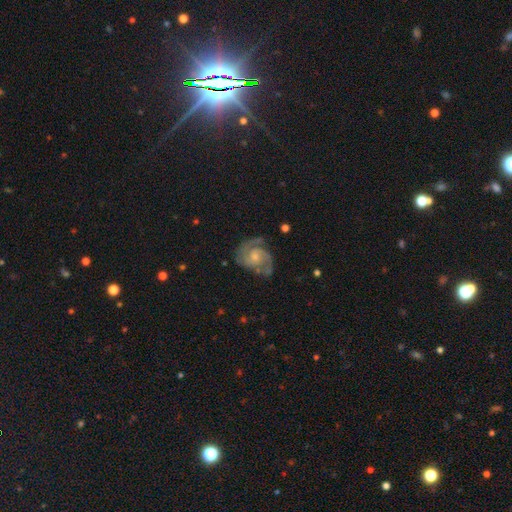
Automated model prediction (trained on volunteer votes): A featured or disk galaxy (83%) with no bar (62%), 2 (67%) medium (48%) spiral arms (97%) and a small central bulge (49%). Merging: none (72%).